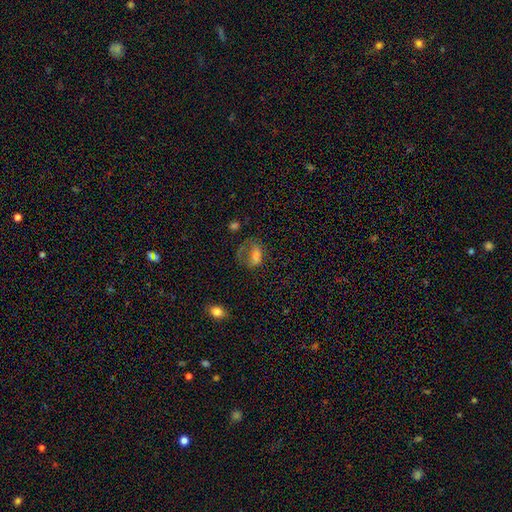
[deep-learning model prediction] Q: Smooth or featured?
A: smooth (50%); runner-up: featured or disk (28%)
Q: How rounded?
A: in between (73%); runner-up: round (21%)
Q: Merging?
A: none (38%); runner-up: major disturbance (37%)